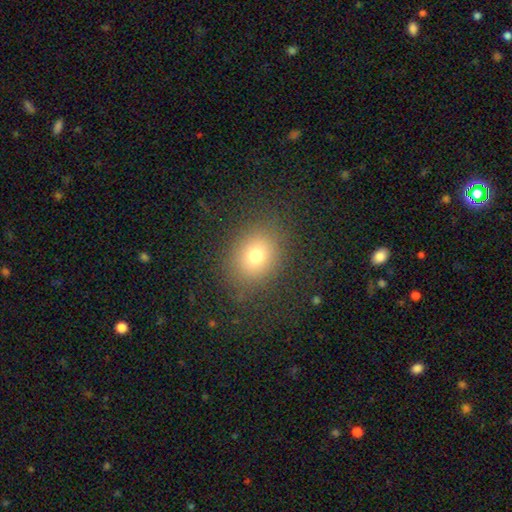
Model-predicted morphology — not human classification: type=smooth (73%); roundness=round (59%); merging=none (83%).